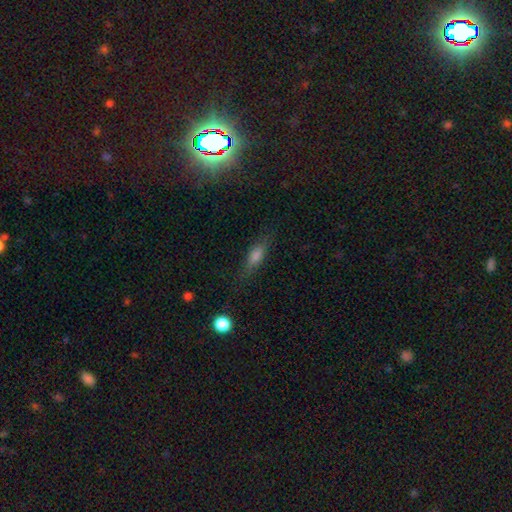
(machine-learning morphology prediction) Overall: smooth (57%; featured or disk 30%). How rounded: cigar-shaped (55%; in between 41%). Merging: none (78%).